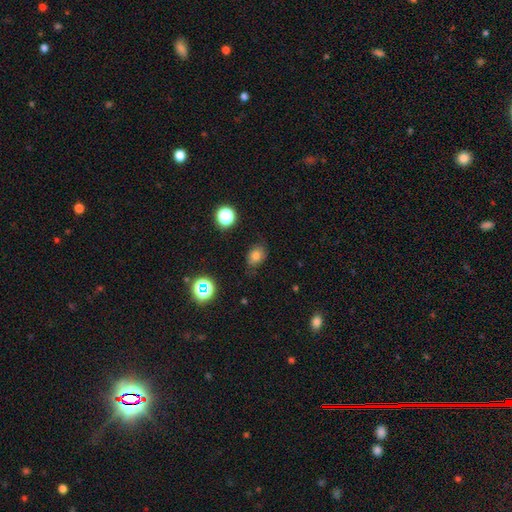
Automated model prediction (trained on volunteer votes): This appears to be a smooth galaxy with no disk features (73%) that is in between round and cigar-shaped (64%). Merging: none (70%).